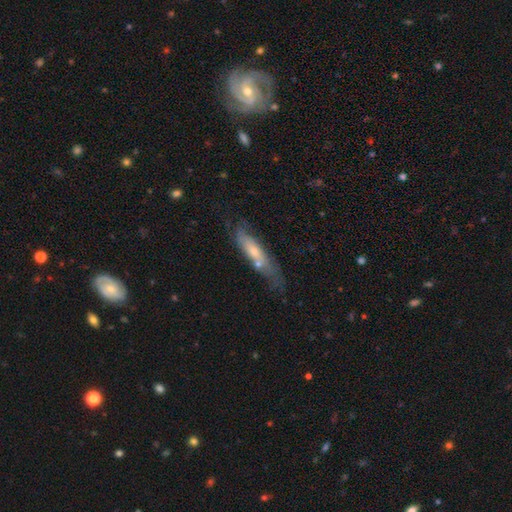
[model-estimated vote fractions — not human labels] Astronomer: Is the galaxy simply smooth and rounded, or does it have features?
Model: featured or disk — 50% (runner-up: smooth, 40%).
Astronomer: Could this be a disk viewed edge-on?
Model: yes — 57% (runner-up: no, 43%).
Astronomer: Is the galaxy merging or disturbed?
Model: none — 55%.